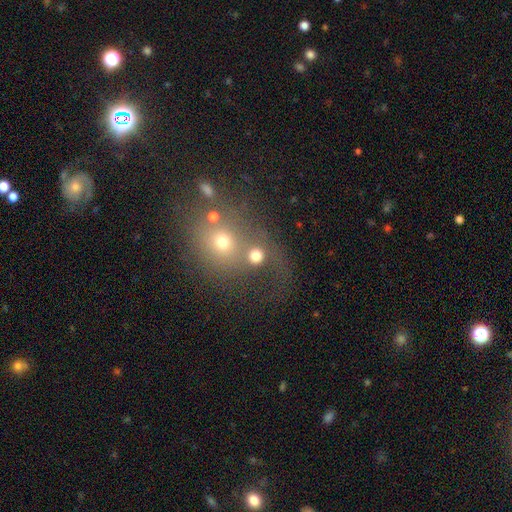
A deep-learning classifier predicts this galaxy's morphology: type=smooth (67%); roundness=round (83%); merging=merger (43%).